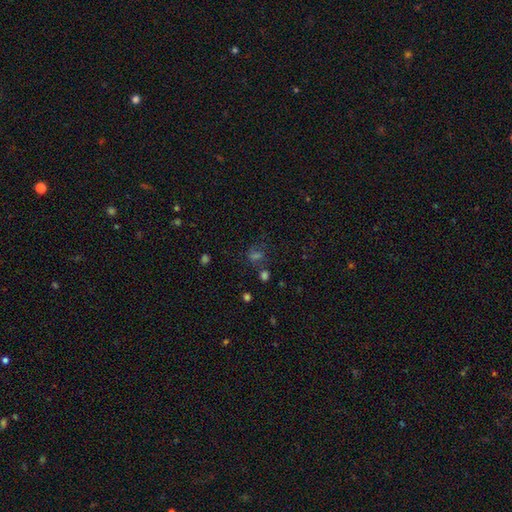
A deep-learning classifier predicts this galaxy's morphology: A star or artifact, not a galaxy (45%).

Vote fractions:
- Smooth or featured? star or artifact: 45% / smooth: 39% / featured or disk: 15%